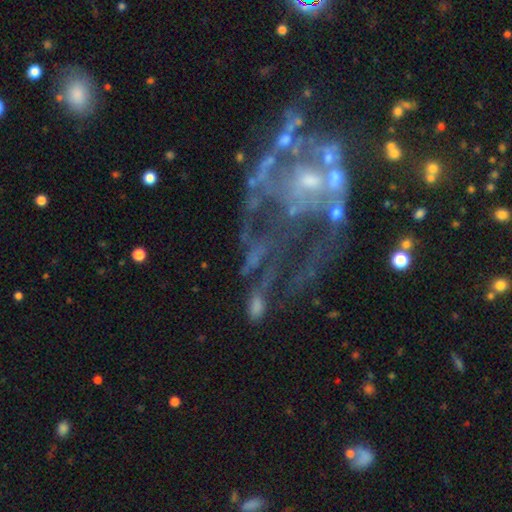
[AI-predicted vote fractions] featured or disk 71%, star or artifact 16%, smooth 13%. Down the decision tree: edge-on disk — no (95%); bar — no (62%); spiral arms — yes (64%); bulge size — small (46%); merging — none (40%).